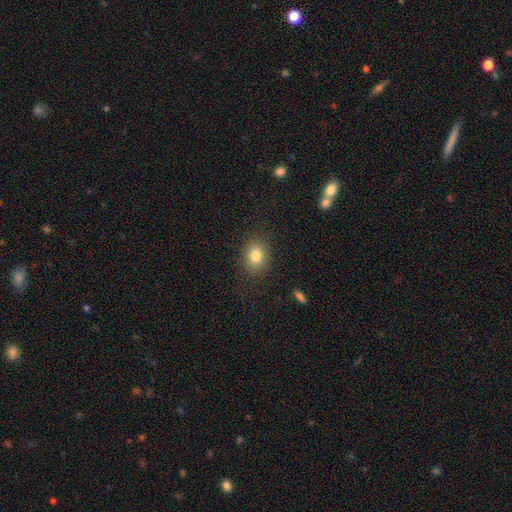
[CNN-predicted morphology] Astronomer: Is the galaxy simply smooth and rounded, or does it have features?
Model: smooth — 81%.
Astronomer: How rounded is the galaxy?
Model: in between — 66%.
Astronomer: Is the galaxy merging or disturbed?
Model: none — 85%.